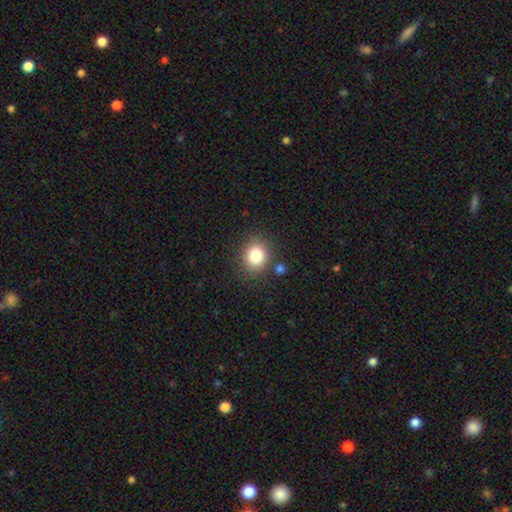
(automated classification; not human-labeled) This appears to be a smooth galaxy with no disk features (82%) that is round (79%). Merging: none (83%).